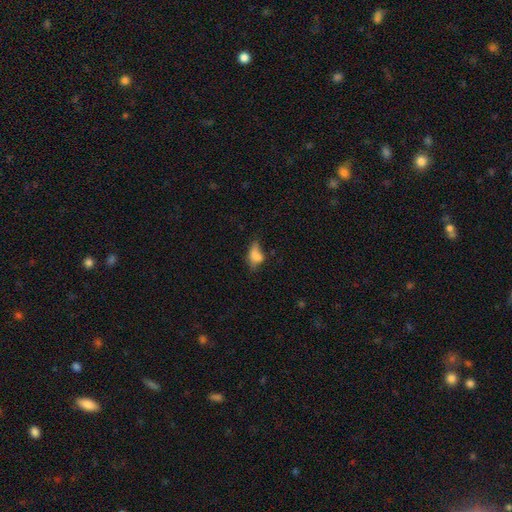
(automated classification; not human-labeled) This appears to be a smooth galaxy with no disk features (68%) that is in between round and cigar-shaped (81%). Merging: minor disturbance (32%).